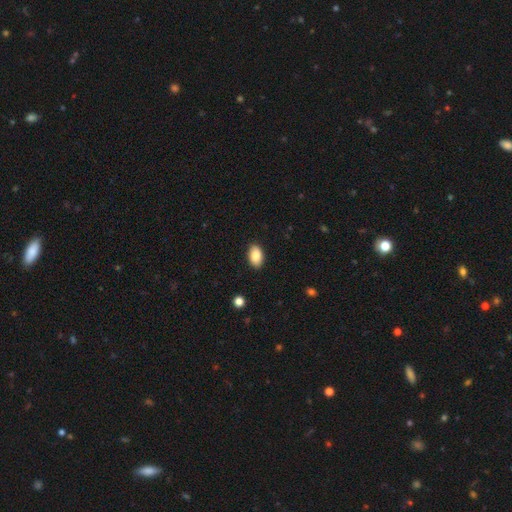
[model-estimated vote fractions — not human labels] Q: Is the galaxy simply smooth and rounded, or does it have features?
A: smooth — 87%.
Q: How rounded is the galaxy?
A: in between — 93%.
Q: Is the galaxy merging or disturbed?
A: none — 88%.